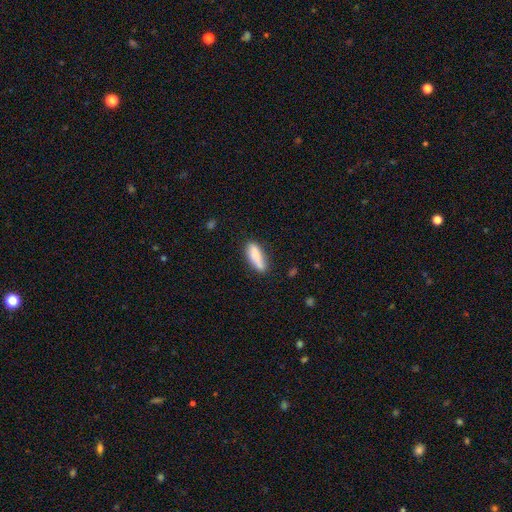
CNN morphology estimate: type=smooth (82%); roundness=in between (50%); merging=none (68%).